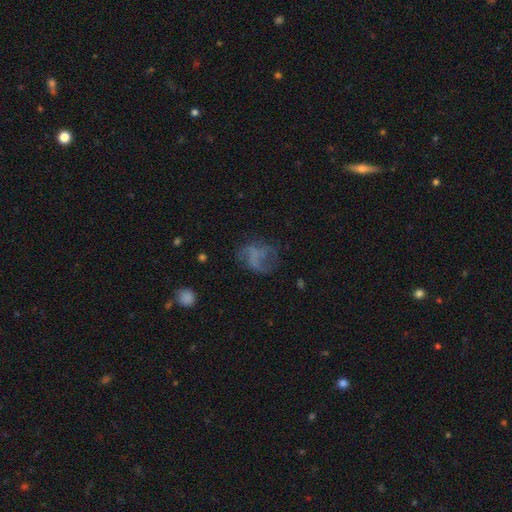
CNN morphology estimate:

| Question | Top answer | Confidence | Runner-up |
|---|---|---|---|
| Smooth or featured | featured or disk | 46% | smooth (38%) |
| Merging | none | 45% | major disturbance (31%) |